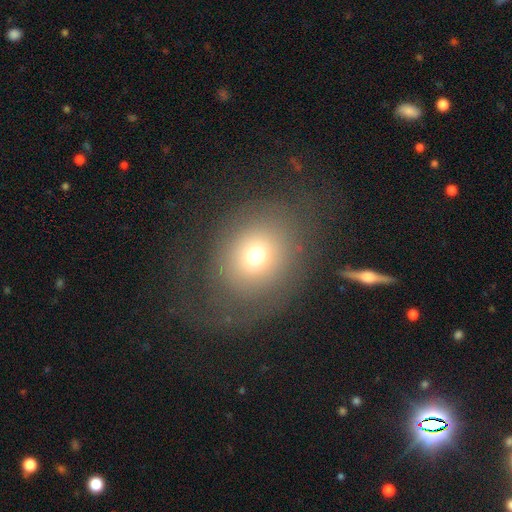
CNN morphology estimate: Q: Smooth or featured?
A: smooth (64%); runner-up: featured or disk (22%)
Q: How rounded?
A: round (70%); runner-up: in between (29%)
Q: Merging?
A: none (59%); runner-up: major disturbance (24%)